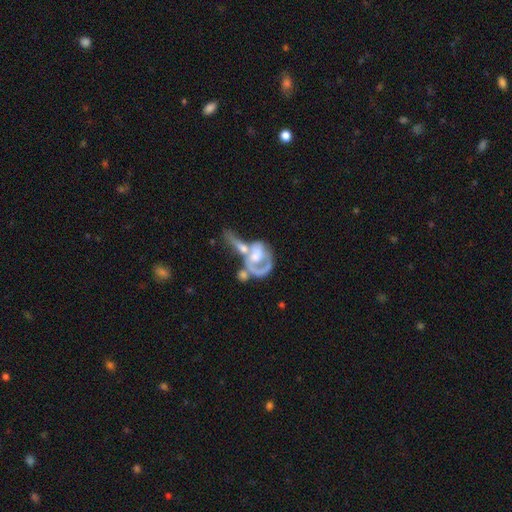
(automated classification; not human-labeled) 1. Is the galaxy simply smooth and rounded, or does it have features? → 68% featured or disk, 24% smooth, 7% star or artifact.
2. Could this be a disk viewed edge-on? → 95% no, 5% yes.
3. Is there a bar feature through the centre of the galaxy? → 73% no, 19% weak, 7% strong.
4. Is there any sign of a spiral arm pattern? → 52% yes, 48% no.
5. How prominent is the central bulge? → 44% moderate, 20% large, 18% none, 15% small, 3% dominant.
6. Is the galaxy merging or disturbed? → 55% merger, 23% major disturbance, 14% none, 8% minor disturbance.